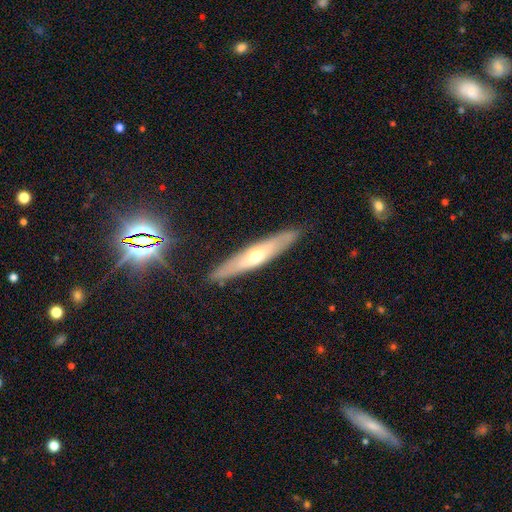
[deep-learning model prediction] Smooth or featured? Predicted: featured or disk (p=0.52). Edge-on disk? Predicted: yes (p=0.78). Merging? Predicted: none (p=0.87).